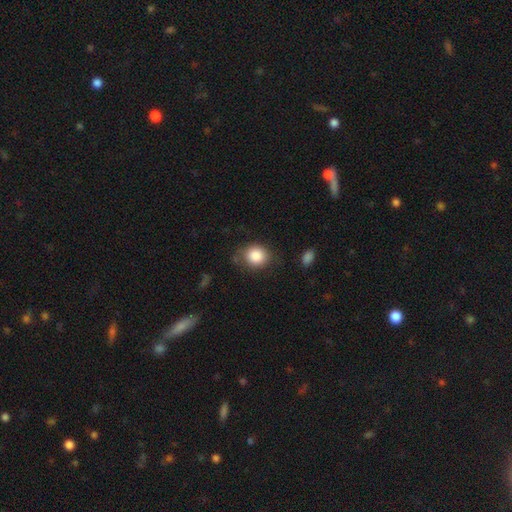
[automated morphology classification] type=smooth (86%); roundness=round (73%); merging=none (74%).